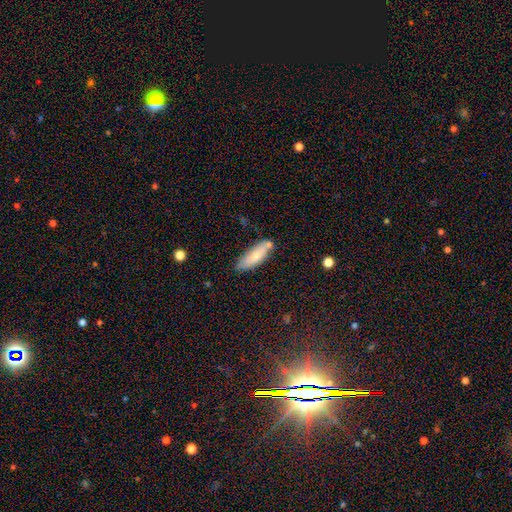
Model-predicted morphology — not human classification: Smooth or featured? smooth (71%)
How rounded? in between (56%)
Merging? none (68%)